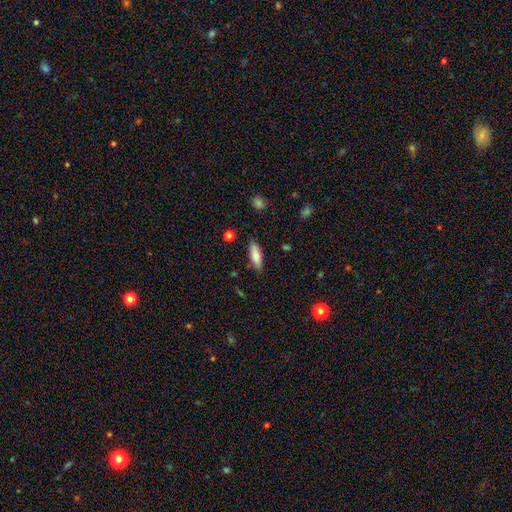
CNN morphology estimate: smooth_or_featured: smooth (p=0.81) [alt: featured or disk p=0.13]
how_rounded: in between (p=0.60) [alt: cigar-shaped p=0.38]
merging: none (p=0.84) [alt: minor disturbance p=0.12]